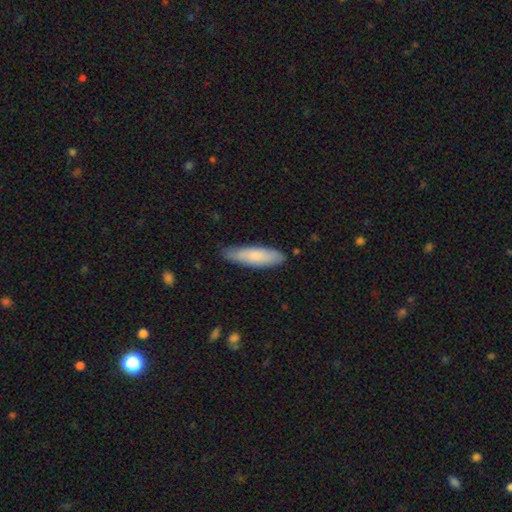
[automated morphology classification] Q: Smooth or featured?
A: smooth (78%); runner-up: featured or disk (17%)
Q: How rounded?
A: cigar-shaped (62%); runner-up: in between (36%)
Q: Merging?
A: none (79%); runner-up: minor disturbance (17%)